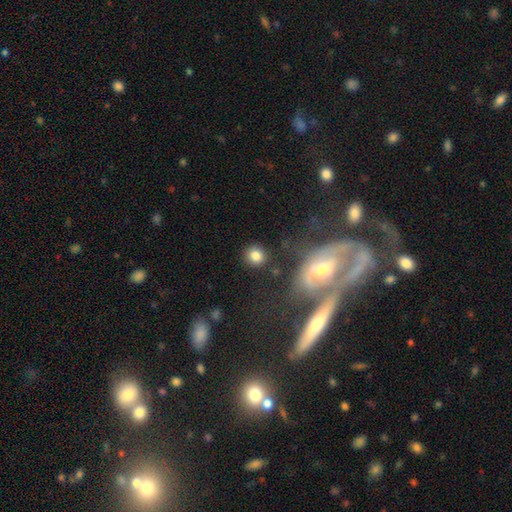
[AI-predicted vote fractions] This is clearly a smooth galaxy (81%). How rounded: clearly round (86%). Merging: clearly none (81%).